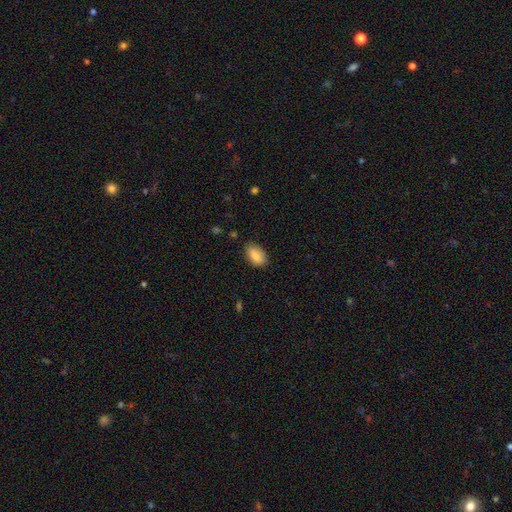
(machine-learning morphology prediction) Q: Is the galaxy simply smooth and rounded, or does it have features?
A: smooth — 88%.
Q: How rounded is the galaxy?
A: in between — 92%.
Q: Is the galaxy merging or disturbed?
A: none — 79%.